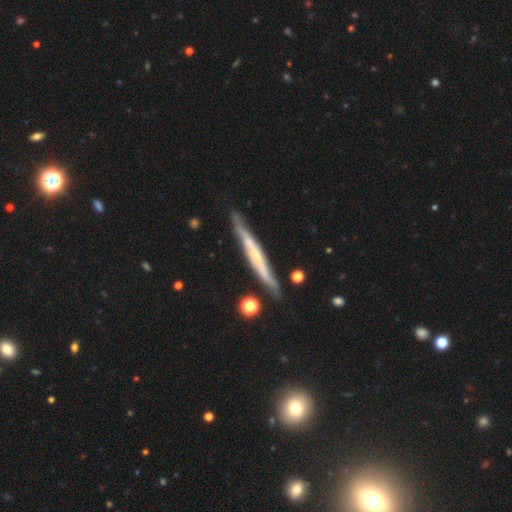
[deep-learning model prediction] Smooth or featured? Predicted: featured or disk (p=0.70). Edge-on disk? Predicted: yes (p=0.91). Edge-on bulge? Predicted: none (p=0.55). Merging? Predicted: none (p=0.81).